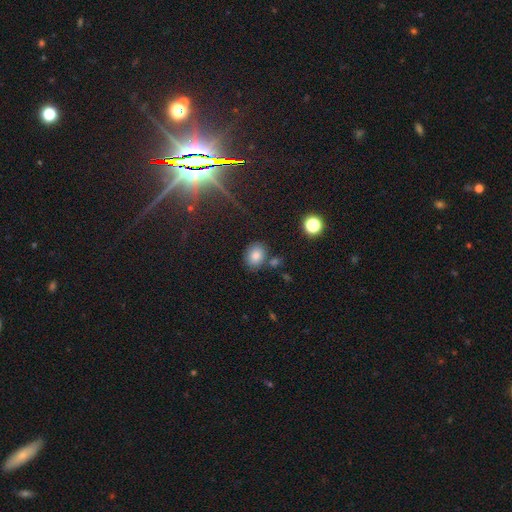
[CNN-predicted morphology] A smooth galaxy with no disk features (79%) that is in between round and cigar-shaped (55%). Merging: none (76%).